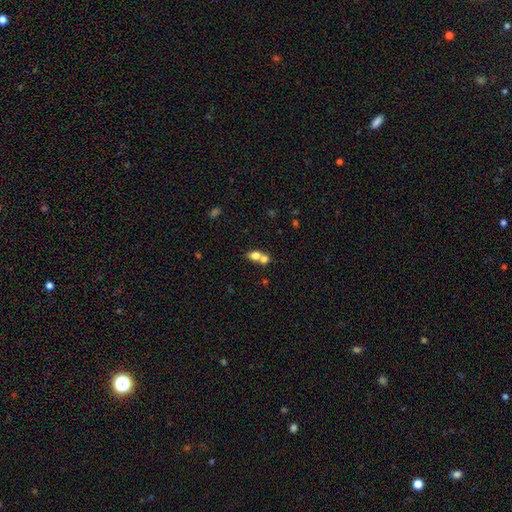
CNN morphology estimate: smooth 73%, featured or disk 17%, star or artifact 10%. Down the decision tree: how rounded — in between (63%); merging — merger (64%).